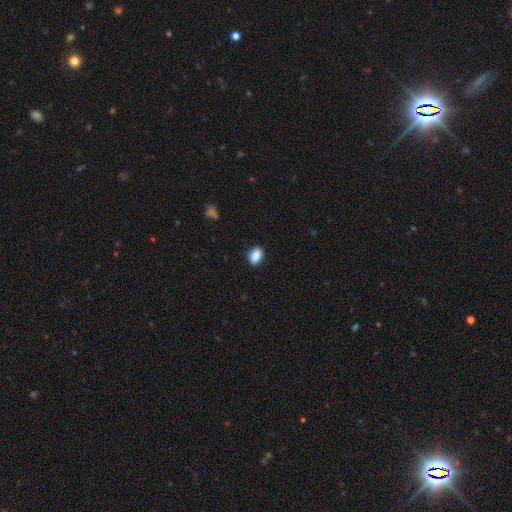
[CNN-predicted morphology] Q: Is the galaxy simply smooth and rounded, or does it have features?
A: smooth — 88%.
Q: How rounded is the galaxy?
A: in between — 83%.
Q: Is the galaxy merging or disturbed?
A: none — 89%.